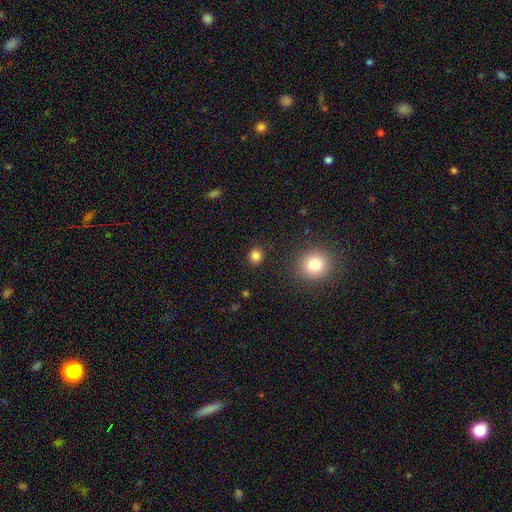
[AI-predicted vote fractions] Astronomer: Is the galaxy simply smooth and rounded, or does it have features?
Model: smooth — 82%.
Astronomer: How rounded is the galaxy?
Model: round — 83%.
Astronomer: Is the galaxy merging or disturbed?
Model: none — 89%.